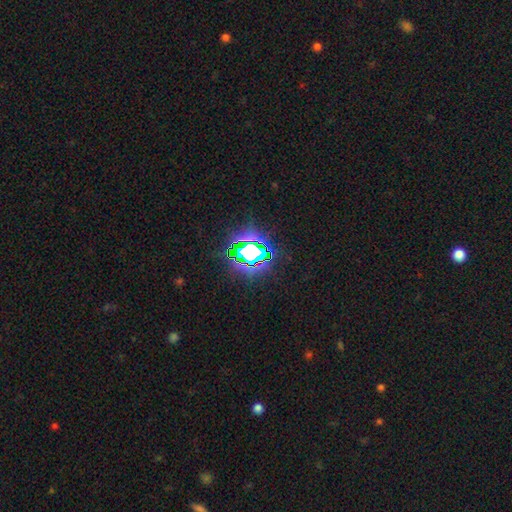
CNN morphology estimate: Overall: star or artifact (72%).